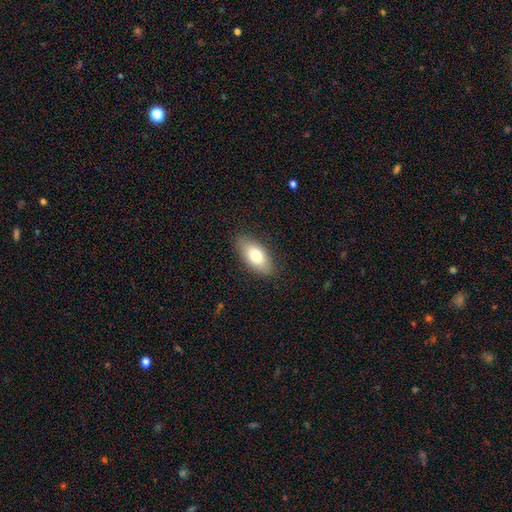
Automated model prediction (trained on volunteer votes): This appears to be a smooth galaxy with no disk features (75%) that is in between round and cigar-shaped (90%). Merging: none (85%).